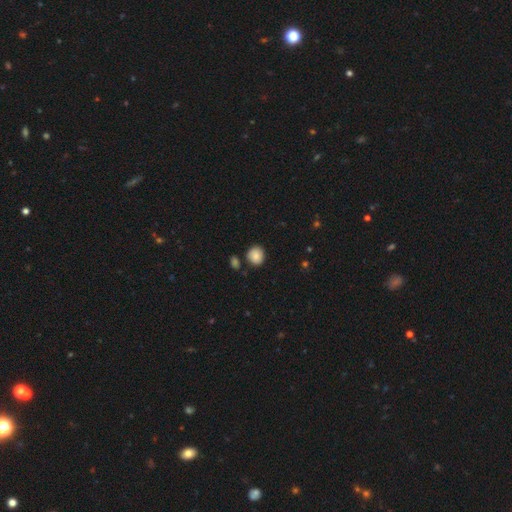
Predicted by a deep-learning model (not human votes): A smooth galaxy with no disk features (86%) that is round (85%).

Vote fractions:
- Smooth or featured? smooth: 86% / star or artifact: 9% / featured or disk: 5%
- How rounded? round: 85% / in between: 15% / cigar-shaped: 1%
- Merging? none: 81% / minor disturbance: 10% / merger: 6% / major disturbance: 3%